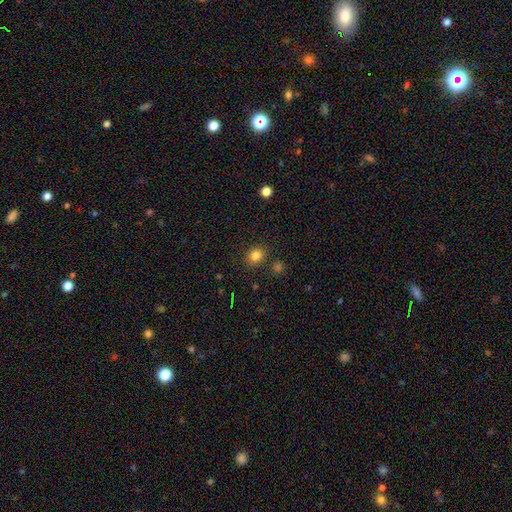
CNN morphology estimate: This is clearly a smooth galaxy (81%). How rounded: likely round (70%). Merging: clearly none (85%).